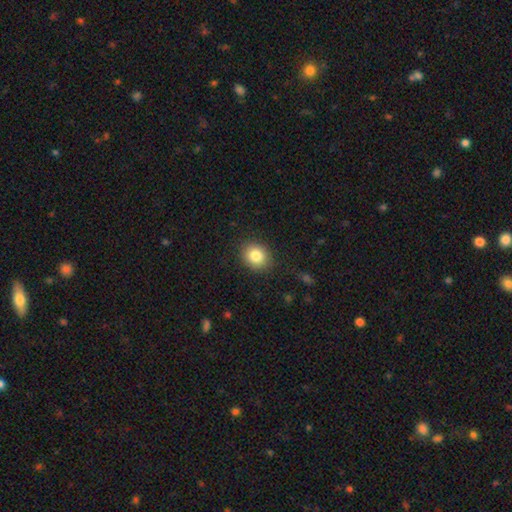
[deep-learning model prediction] This is clearly a smooth galaxy (83%). How rounded: likely round (72%). Merging: clearly none (88%).